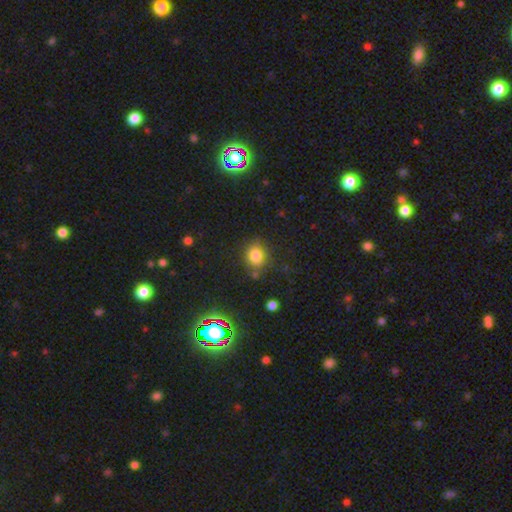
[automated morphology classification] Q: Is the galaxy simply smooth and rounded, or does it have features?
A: smooth — 80%.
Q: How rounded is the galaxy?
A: round — 73%.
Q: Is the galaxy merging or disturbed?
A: none — 76%.